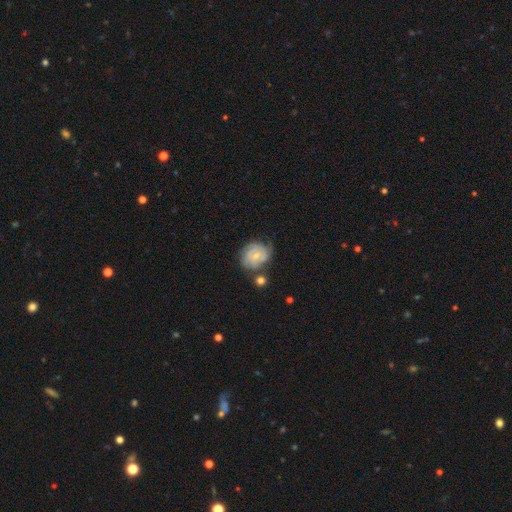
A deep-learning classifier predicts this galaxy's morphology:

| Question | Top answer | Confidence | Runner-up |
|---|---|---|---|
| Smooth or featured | featured or disk | 71% | smooth (22%) |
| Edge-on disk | no | 98% | yes (2%) |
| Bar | no | 69% | weak (27%) |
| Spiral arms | yes | 91% | no (9%) |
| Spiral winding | tight | 66% | medium (27%) |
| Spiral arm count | can't tell | 31% | 3 (30%) |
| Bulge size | small | 63% | moderate (32%) |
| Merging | none | 58% | minor disturbance (23%) |